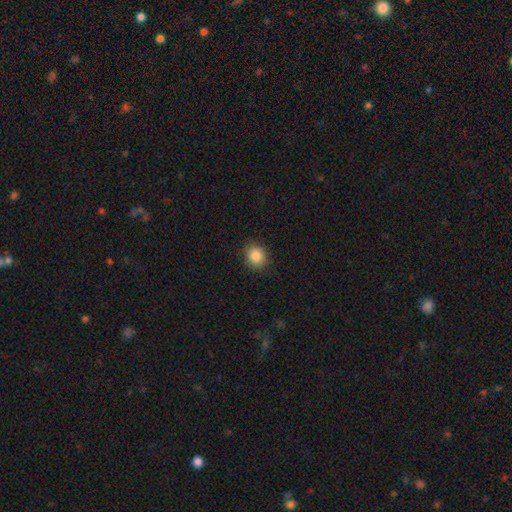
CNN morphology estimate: This is clearly a smooth galaxy (87%). How rounded: likely round (70%). Merging: clearly none (89%).